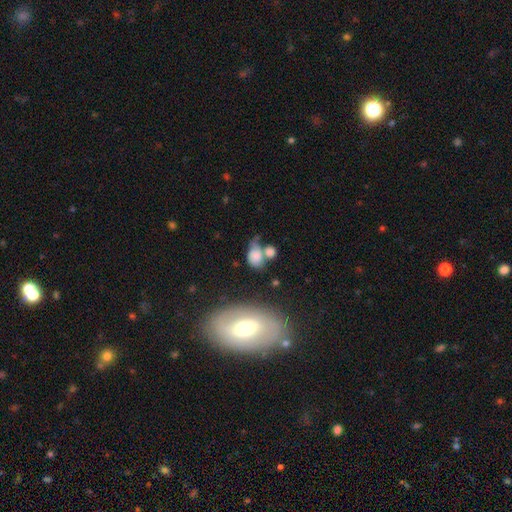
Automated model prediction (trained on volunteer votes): Morphology: type=smooth (74%); roundness=in between (60%); merging=merger (38%).